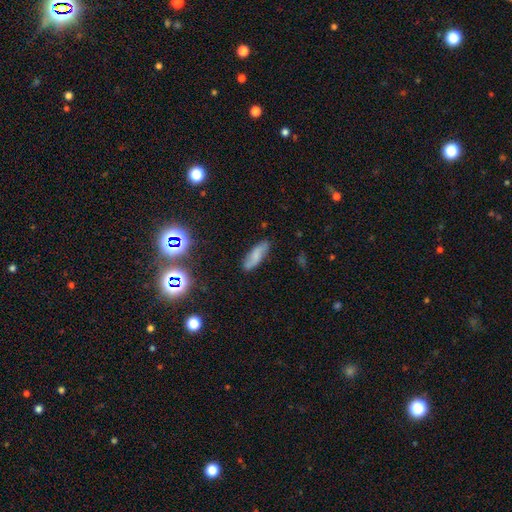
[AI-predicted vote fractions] Smooth or featured?
  - smooth: 61% *
  - featured or disk: 29%
  - star or artifact: 10%
How rounded?
  - in between: 58% *
  - cigar-shaped: 39%
  - round: 3%
Merging?
  - none: 80% *
  - minor disturbance: 15%
  - major disturbance: 3%
  - merger: 2%